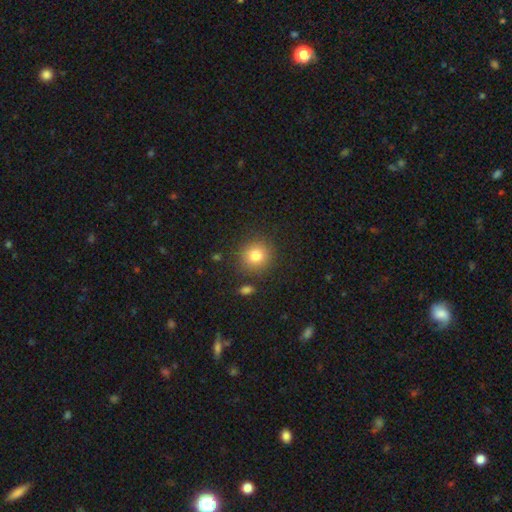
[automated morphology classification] This is clearly a smooth galaxy (81%). How rounded: clearly round (91%). Merging: clearly none (86%).